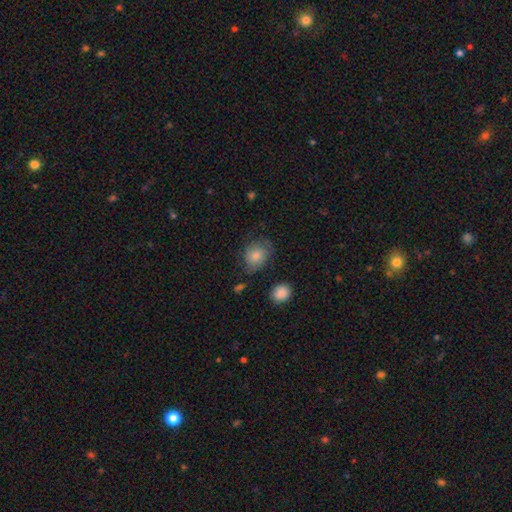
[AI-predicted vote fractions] This is likely a smooth galaxy (72%). How rounded: possibly round (55%). Merging: likely none (66%).